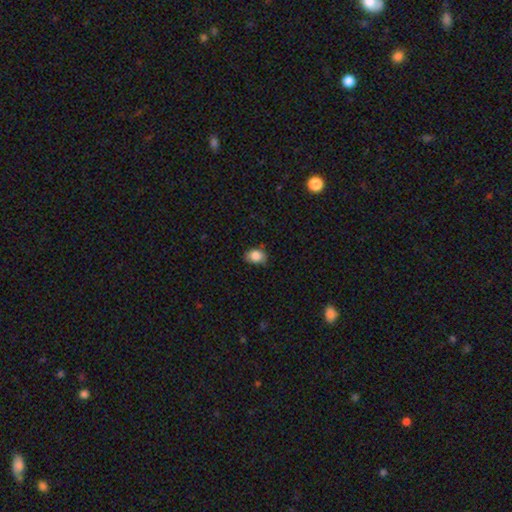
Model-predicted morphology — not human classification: Q: Smooth or featured?
A: smooth (85%); runner-up: star or artifact (9%)
Q: How rounded?
A: in between (58%); runner-up: round (41%)
Q: Merging?
A: none (69%); runner-up: minor disturbance (26%)